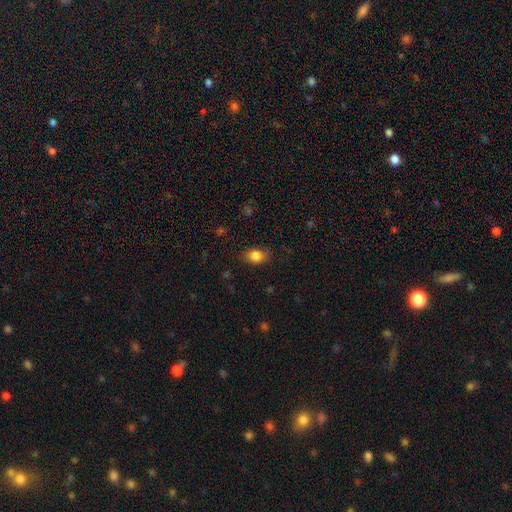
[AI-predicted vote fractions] Smooth or featured? smooth (84%)
How rounded? in between (76%)
Merging? none (80%)